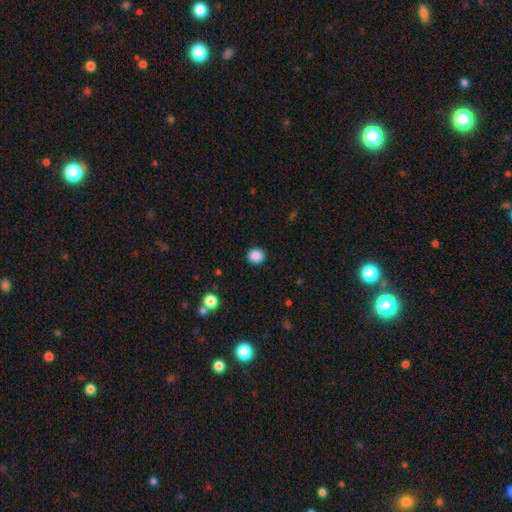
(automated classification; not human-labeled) This is clearly a smooth galaxy (88%). How rounded: likely round (80%). Merging: clearly none (91%).